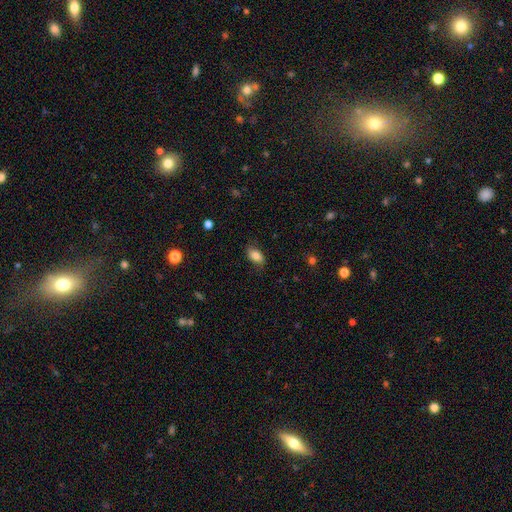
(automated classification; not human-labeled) Smooth or featured: smooth — 82% (featured or disk — 10%)
How rounded: in between — 90% (round — 7%)
Merging: none — 79% (minor disturbance — 16%)